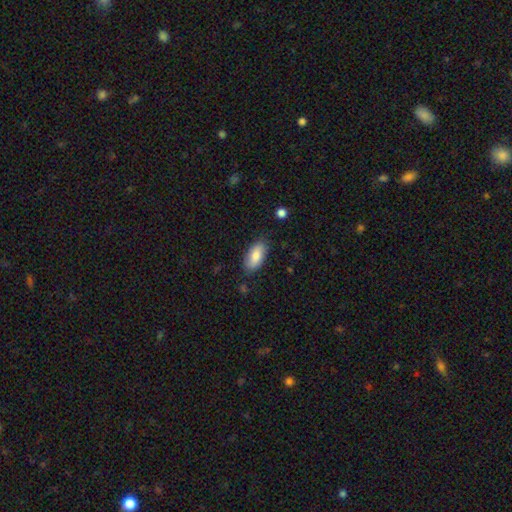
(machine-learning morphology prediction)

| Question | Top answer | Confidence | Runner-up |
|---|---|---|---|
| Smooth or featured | smooth | 81% | featured or disk (13%) |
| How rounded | in between | 90% | cigar-shaped (8%) |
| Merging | none | 81% | minor disturbance (15%) |